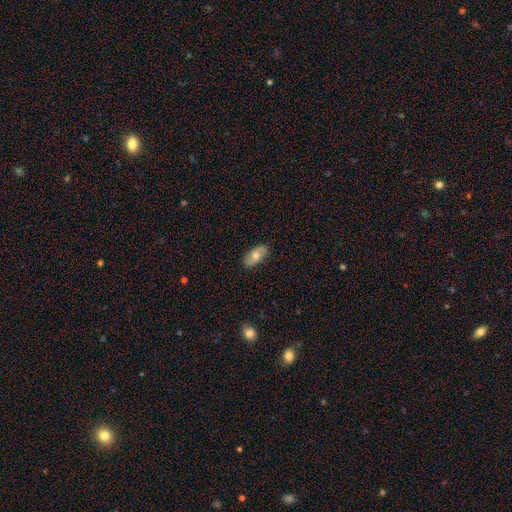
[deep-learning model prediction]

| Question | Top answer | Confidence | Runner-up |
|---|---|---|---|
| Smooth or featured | smooth | 72% | featured or disk (22%) |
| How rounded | in between | 92% | cigar-shaped (5%) |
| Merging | none | 86% | minor disturbance (11%) |